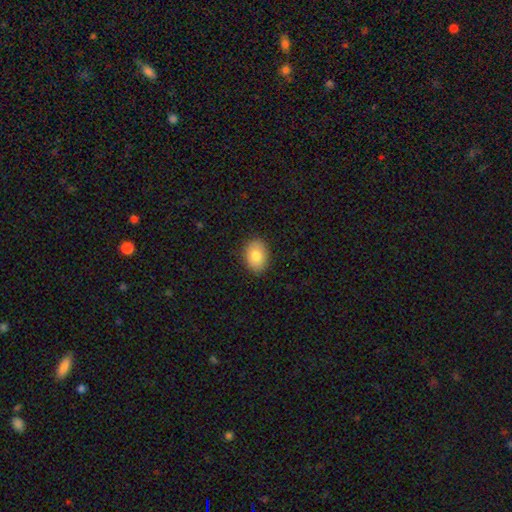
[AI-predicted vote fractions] The model was most divided on "how rounded": in between: 75%, round: 24%, cigar-shaped: 1%. More confident: merging — none (88%); smooth or featured — smooth (82%).